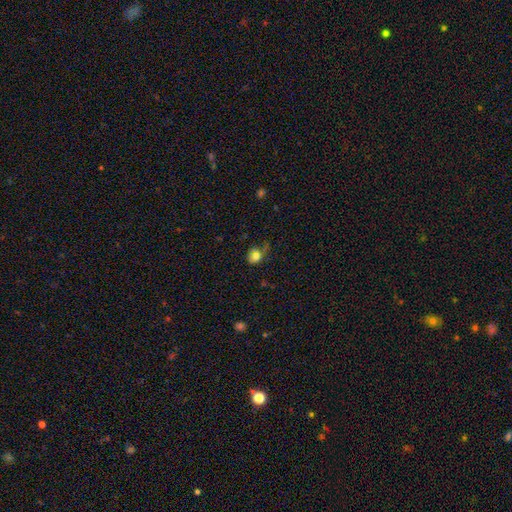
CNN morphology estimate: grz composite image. It shows a smooth galaxy with no disk features (74%) that is round (69%). Merging: none (47%).